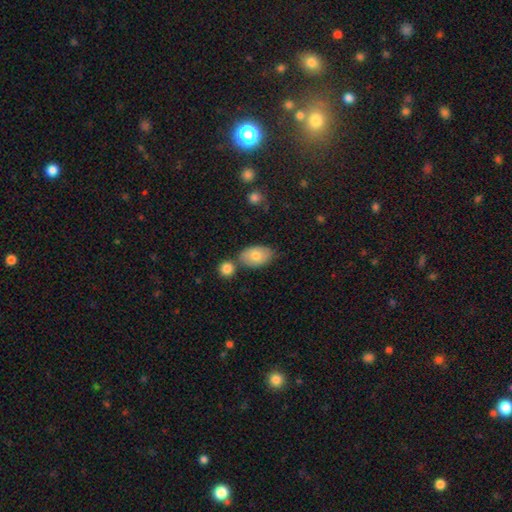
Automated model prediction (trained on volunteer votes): Q: Smooth or featured?
A: smooth (76%); runner-up: featured or disk (17%)
Q: How rounded?
A: in between (90%); runner-up: round (8%)
Q: Merging?
A: none (58%); runner-up: merger (22%)